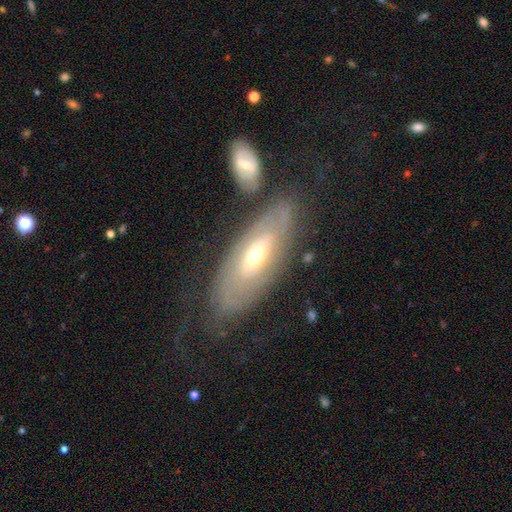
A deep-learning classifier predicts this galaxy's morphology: A featured or disk galaxy (67%) with no bar (61%), spiral arms (65%) and a moderate central bulge (57%).

Vote fractions:
- Smooth or featured? featured or disk: 67% / smooth: 25% / star or artifact: 8%
- Edge-on disk? no: 81% / yes: 19%
- Bar? no: 61% / weak: 29% / strong: 10%
- Spiral arms? yes: 65% / no: 35%
- Bulge size? moderate: 57% / small: 38% / large: 3% / dominant: 1% / none: 1%
- Merging? none: 64% / minor disturbance: 18% / major disturbance: 10% / merger: 8%